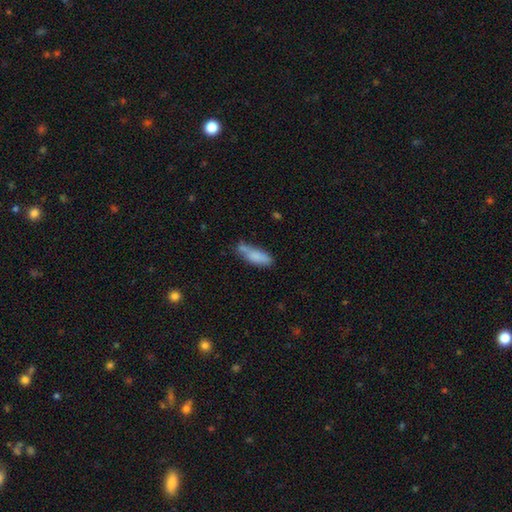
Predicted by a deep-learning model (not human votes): Smooth or featured? smooth (78%)
How rounded? in between (49%, tied with cigar-shaped)
Merging? none (49%)